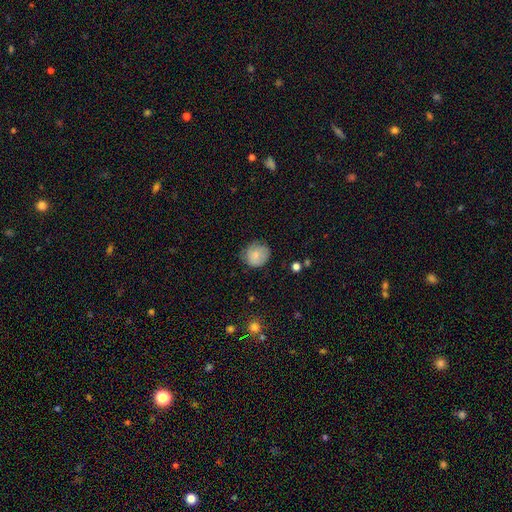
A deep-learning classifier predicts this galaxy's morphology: A smooth galaxy with no disk features (81%) that is round (82%).

Vote fractions:
- Smooth or featured? smooth: 81% / featured or disk: 11% / star or artifact: 8%
- How rounded? round: 82% / in between: 17% / cigar-shaped: 1%
- Merging? none: 70% / minor disturbance: 24% / major disturbance: 5% / merger: 1%